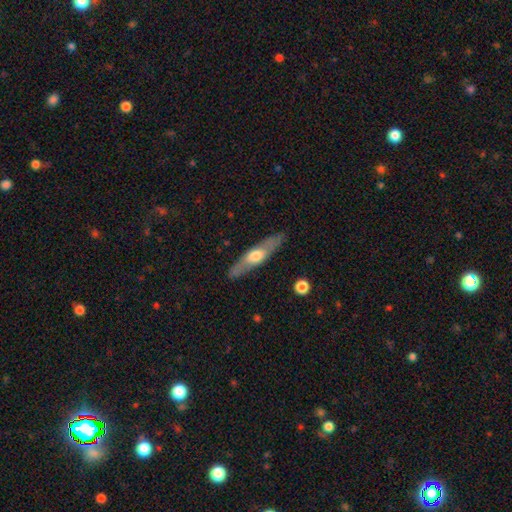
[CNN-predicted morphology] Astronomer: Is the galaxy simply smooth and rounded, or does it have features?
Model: featured or disk — 53% (runner-up: smooth, 42%).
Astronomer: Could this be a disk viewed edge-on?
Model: yes — 80%.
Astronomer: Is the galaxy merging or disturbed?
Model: none — 86%.